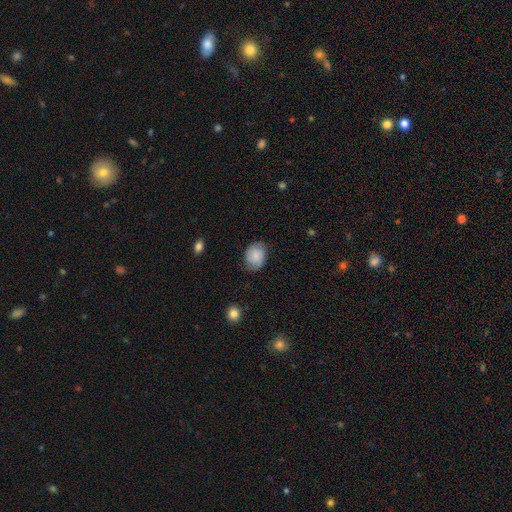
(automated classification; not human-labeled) The model was most divided on "how rounded": in between: 61%, round: 38%, cigar-shaped: 1%. More confident: merging — none (74%); smooth or featured — smooth (70%).